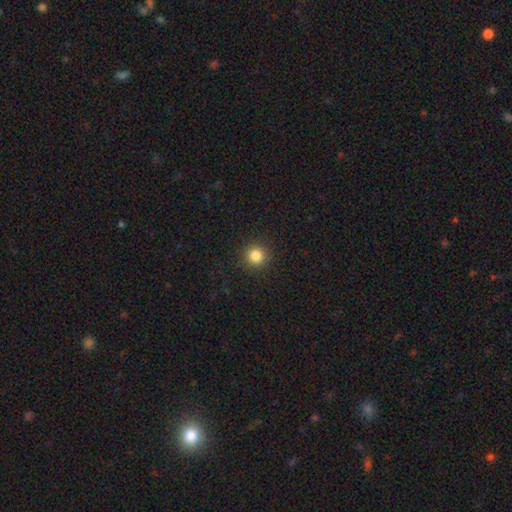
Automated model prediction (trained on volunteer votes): This appears to be a smooth galaxy with no disk features (84%) that is round (95%). Merging: none (92%).